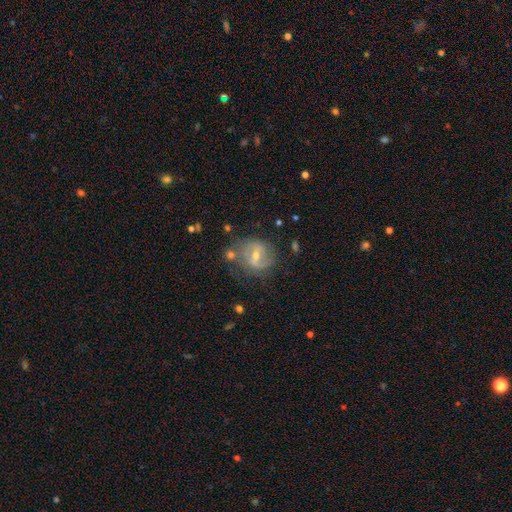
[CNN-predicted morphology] smooth-or-featured: featured or disk: 74% | smooth: 16% | star or artifact: 10%
  disk-edge-on: no: 96% | yes: 4%
    bar: weak: 48% | strong: 34% | no: 18%
    has-spiral-arms: yes: 84% | no: 16%
      spiral-winding: medium: 44% | tight: 30% | loose: 26%
      spiral-arm-count: 2: 73% | can't tell: 15% | 1: 6% | 3: 3% | 4: 2% | more than 4: 1%
    bulge-size: moderate: 49% | small: 46% | none: 2% | large: 2% | dominant: 1%
  merging: none: 69% | minor disturbance: 17% | major disturbance: 8% | merger: 6%